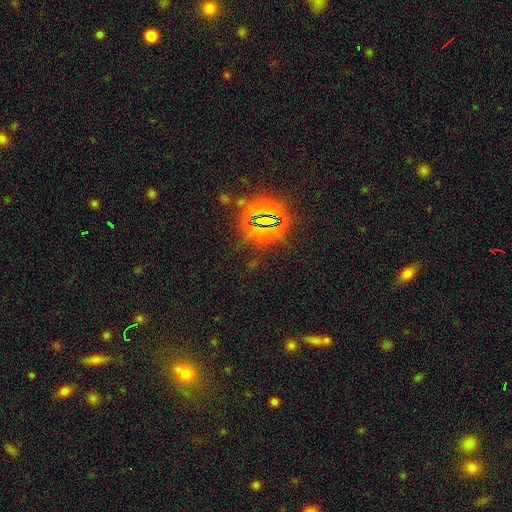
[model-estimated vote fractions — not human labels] Smooth or featured? star or artifact (75%)